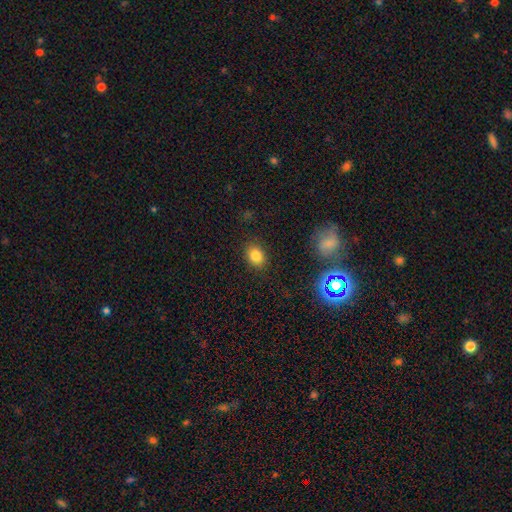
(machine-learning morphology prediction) Smooth or featured? smooth (82%)
How rounded? in between (53%)
Merging? none (87%)